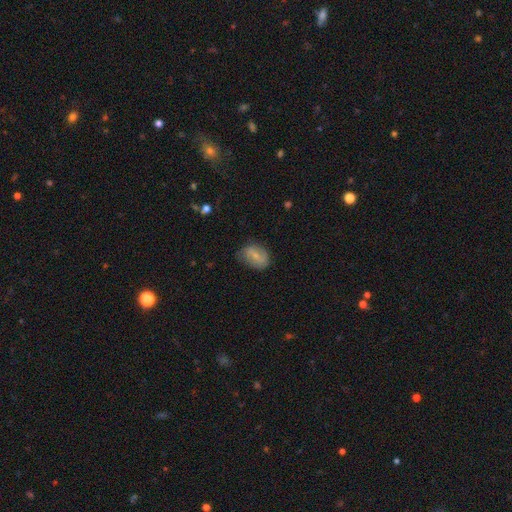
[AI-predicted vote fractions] Morphology: type=smooth (51%); roundness=in between (76%); merging=none (64%).